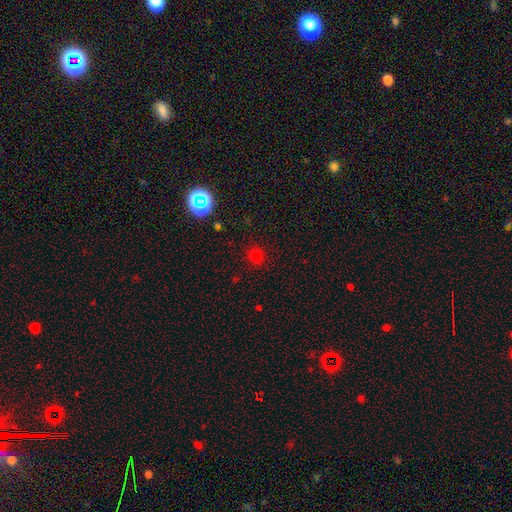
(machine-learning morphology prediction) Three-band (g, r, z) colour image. It shows a smooth galaxy with no disk features (72%) that is round (91%). Merging: none (88%).